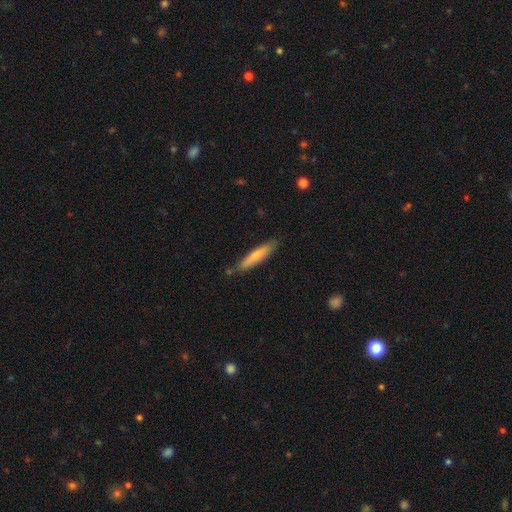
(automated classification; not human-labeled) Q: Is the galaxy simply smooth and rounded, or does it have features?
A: smooth — 70%.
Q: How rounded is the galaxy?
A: cigar-shaped — 86%.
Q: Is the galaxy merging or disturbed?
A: none — 79%.